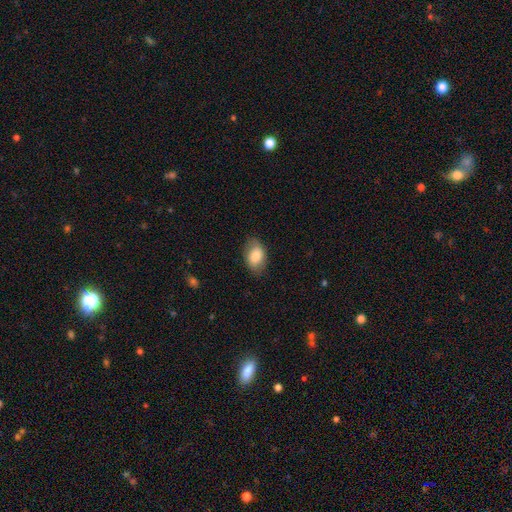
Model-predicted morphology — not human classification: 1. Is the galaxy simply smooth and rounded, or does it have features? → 81% smooth, 12% featured or disk, 7% star or artifact.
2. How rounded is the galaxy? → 88% in between, 11% round, 1% cigar-shaped.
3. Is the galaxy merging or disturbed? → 81% none, 15% minor disturbance, 3% major disturbance, 1% merger.